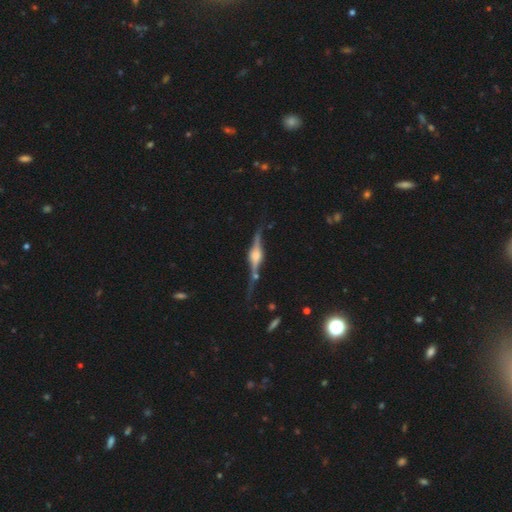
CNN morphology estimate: Smooth or featured? Predicted: featured or disk (p=0.88). Edge-on disk? Predicted: yes (p=0.97). Edge-on bulge? Predicted: rounded (p=0.86). Merging? Predicted: none (p=0.77).